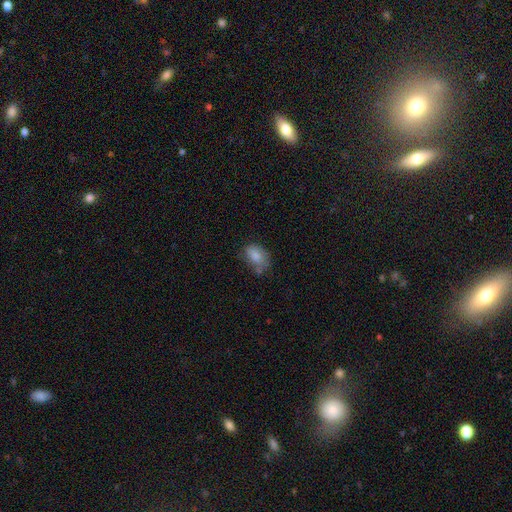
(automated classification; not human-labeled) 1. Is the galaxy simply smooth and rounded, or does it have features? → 80% smooth, 12% featured or disk, 8% star or artifact.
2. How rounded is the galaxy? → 78% in between, 21% round, 1% cigar-shaped.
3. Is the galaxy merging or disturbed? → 50% none, 30% minor disturbance, 10% major disturbance, 10% merger.